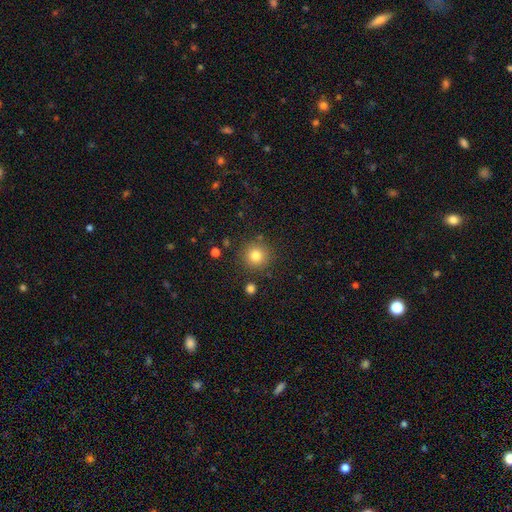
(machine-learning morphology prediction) Overall: smooth (81%). How rounded: round (94%). Merging: none (87%).